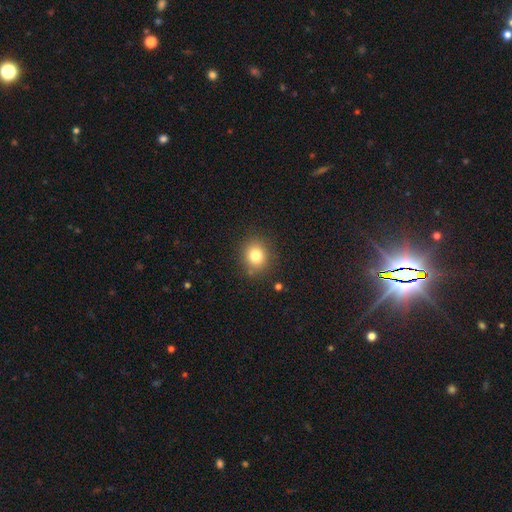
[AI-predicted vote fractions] Morphology: type=smooth (80%); roundness=round (80%); merging=none (86%).